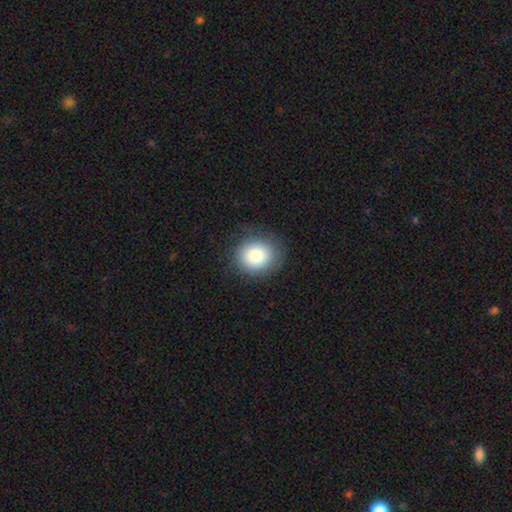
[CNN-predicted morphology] This appears to be a smooth galaxy with no disk features (82%) that is round (74%). Merging: none (82%).